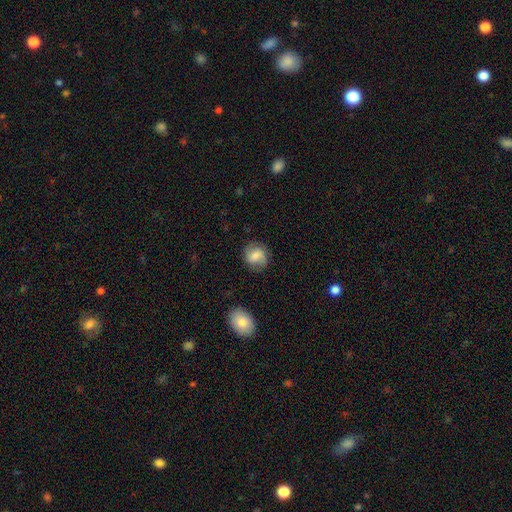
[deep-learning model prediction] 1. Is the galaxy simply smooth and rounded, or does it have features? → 65% smooth, 27% featured or disk, 8% star or artifact.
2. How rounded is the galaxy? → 74% round, 24% in between, 1% cigar-shaped.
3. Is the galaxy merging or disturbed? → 75% none, 17% minor disturbance, 6% major disturbance, 2% merger.